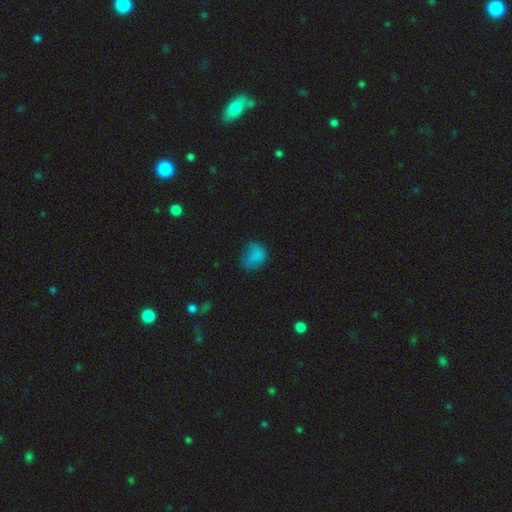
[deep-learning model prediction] Morphology: type=smooth (77%); roundness=round (49%, tied with in between); merging=none (52%).